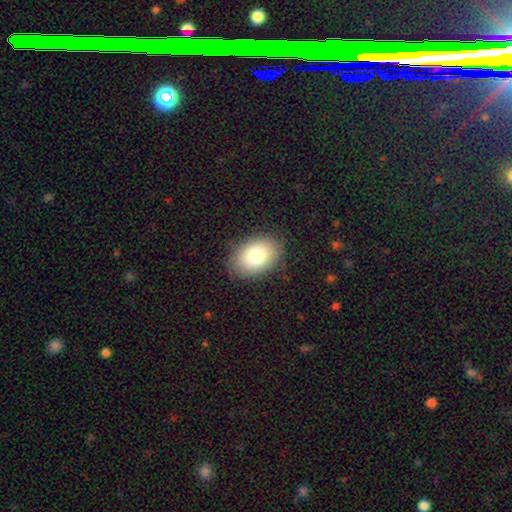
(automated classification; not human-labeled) A smooth galaxy with no disk features (81%) that is in between round and cigar-shaped (79%). Merging: none (86%).